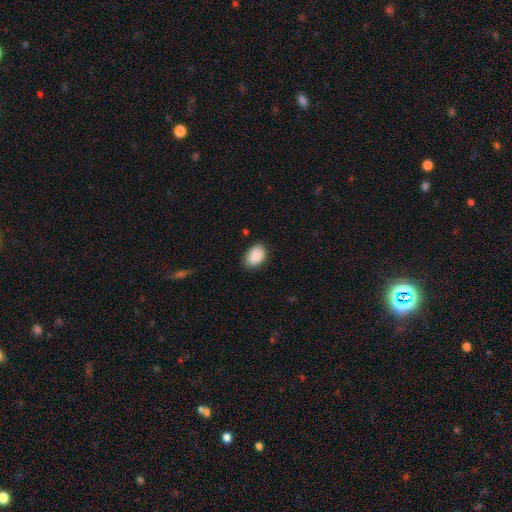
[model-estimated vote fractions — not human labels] Smooth or featured?
  - smooth: 90% *
  - star or artifact: 7%
  - featured or disk: 4%
How rounded?
  - in between: 83% *
  - round: 16%
  - cigar-shaped: 1%
Merging?
  - none: 80% *
  - minor disturbance: 16%
  - major disturbance: 3%
  - merger: 1%